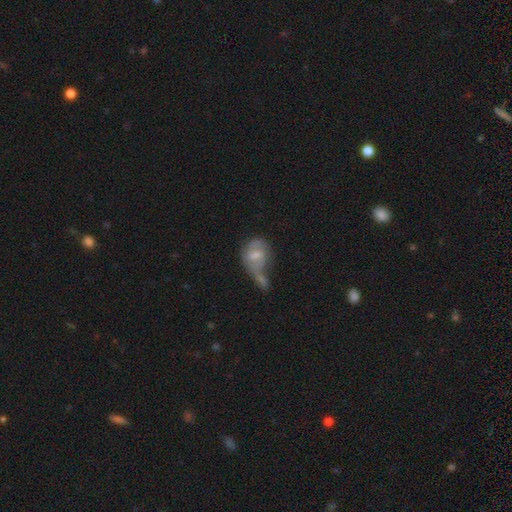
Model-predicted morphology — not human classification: Smooth or featured? Predicted: featured or disk (p=0.52). Edge-on disk? Predicted: no (p=0.96). Merging? Predicted: merger (p=0.46).